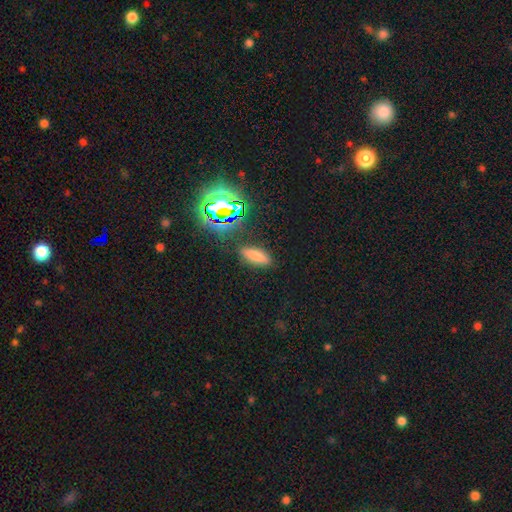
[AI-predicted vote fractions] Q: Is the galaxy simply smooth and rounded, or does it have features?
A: smooth — 69%.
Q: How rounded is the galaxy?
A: in between — 56%.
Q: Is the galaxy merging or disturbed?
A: none — 87%.